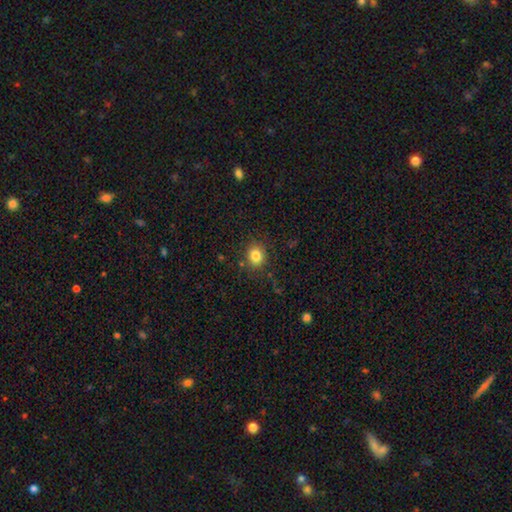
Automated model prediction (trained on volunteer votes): smooth-or-featured: smooth: 82% | star or artifact: 11% | featured or disk: 7%
  how-rounded: round: 69% | in between: 30% | cigar-shaped: 1%
  merging: none: 85% | minor disturbance: 10% | major disturbance: 3% | merger: 2%